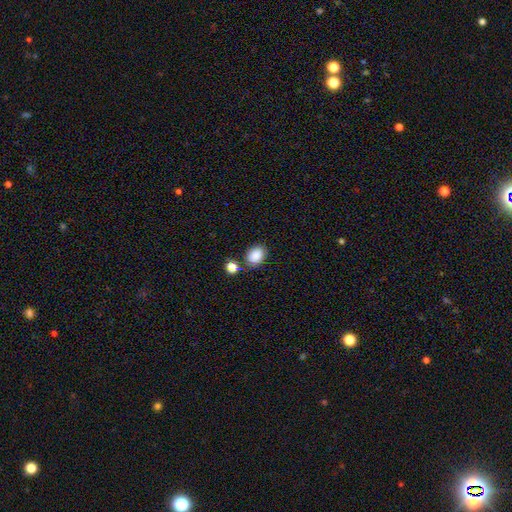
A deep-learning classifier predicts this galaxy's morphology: Q: Smooth or featured?
A: smooth (87%); runner-up: star or artifact (9%)
Q: How rounded?
A: in between (70%); runner-up: round (29%)
Q: Merging?
A: none (75%); runner-up: minor disturbance (13%)